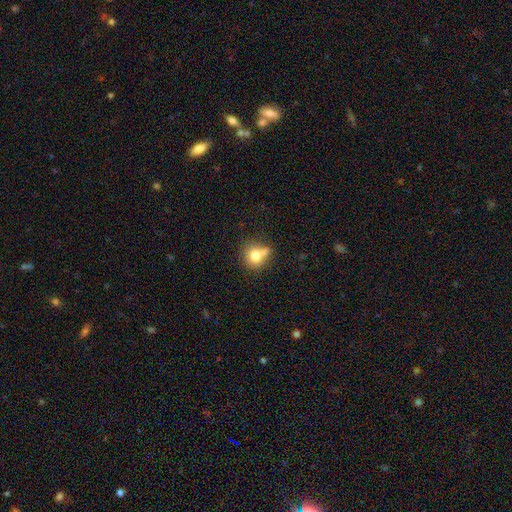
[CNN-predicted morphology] Overall: smooth (75%). How rounded: round (84%). Merging: none (49%; merger 31%).